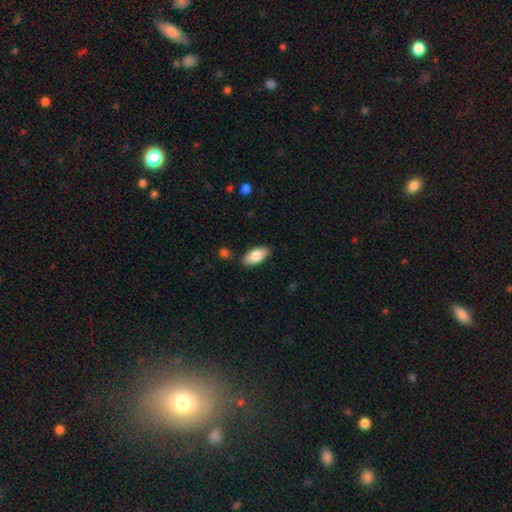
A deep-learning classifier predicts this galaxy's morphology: type=smooth (83%); roundness=in between (91%); merging=none (85%).